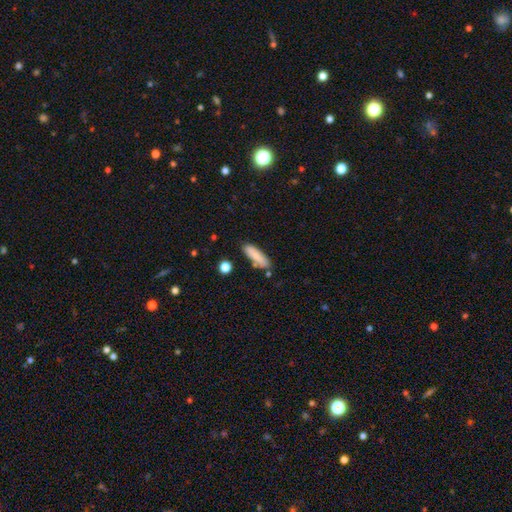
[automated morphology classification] Smooth or featured?
  - smooth: 83% *
  - featured or disk: 10%
  - star or artifact: 7%
How rounded?
  - cigar-shaped: 54% *
  - in between: 44%
  - round: 2%
Merging?
  - none: 77% *
  - minor disturbance: 14%
  - merger: 6%
  - major disturbance: 3%